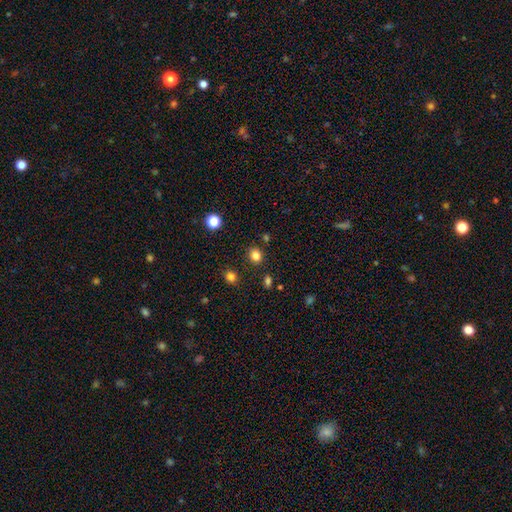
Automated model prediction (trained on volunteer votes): Smooth or featured: smooth — 81% (star or artifact — 14%)
How rounded: round — 69% (in between — 30%)
Merging: none — 86% (minor disturbance — 8%)